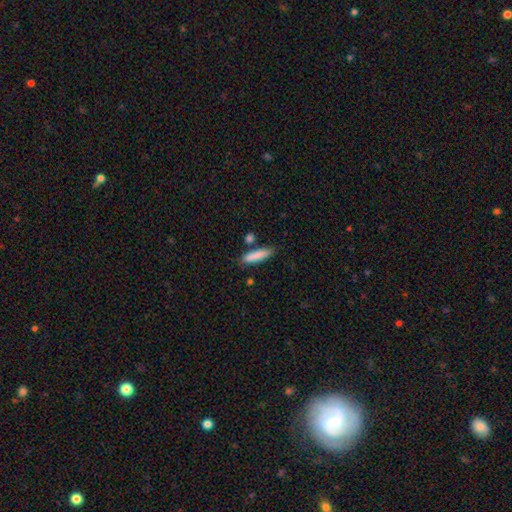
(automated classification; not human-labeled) The model was most divided on "how rounded": cigar-shaped: 72%, in between: 26%, round: 2%. More confident: smooth or featured — smooth (85%); merging — none (75%).